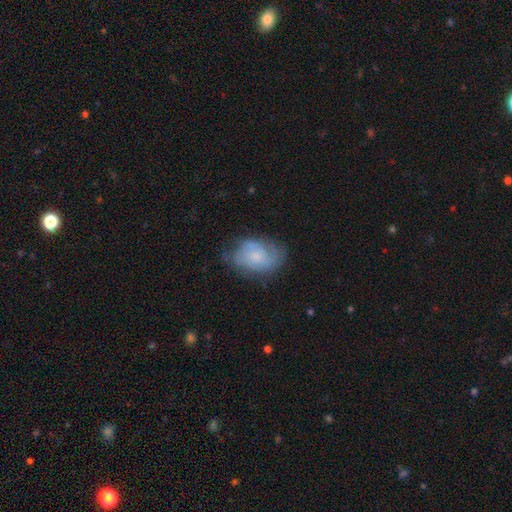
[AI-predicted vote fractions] Overall: featured or disk (48%; smooth 43%). Merging: none (60%; minor disturbance 27%).